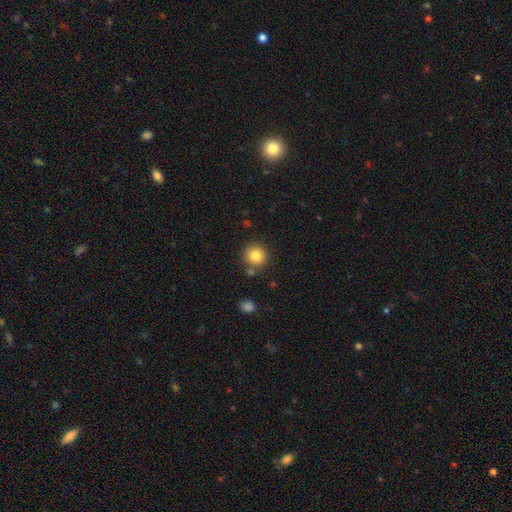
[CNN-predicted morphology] Q: Smooth or featured?
A: smooth (84%); runner-up: star or artifact (10%)
Q: How rounded?
A: round (92%); runner-up: in between (7%)
Q: Merging?
A: none (79%); runner-up: merger (9%)